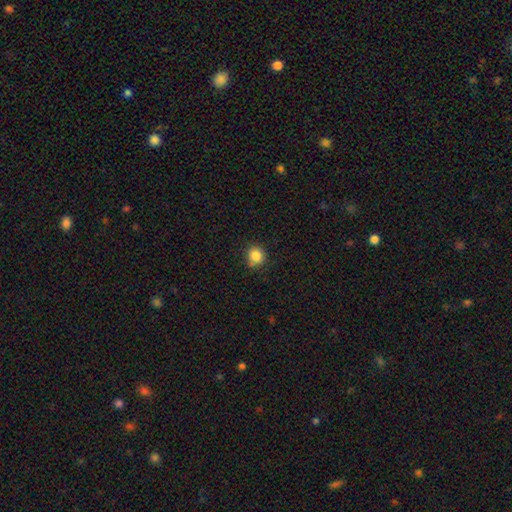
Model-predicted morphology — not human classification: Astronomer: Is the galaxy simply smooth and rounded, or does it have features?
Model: smooth — 85%.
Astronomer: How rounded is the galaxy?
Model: round — 88%.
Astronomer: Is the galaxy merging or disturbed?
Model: none — 76%.